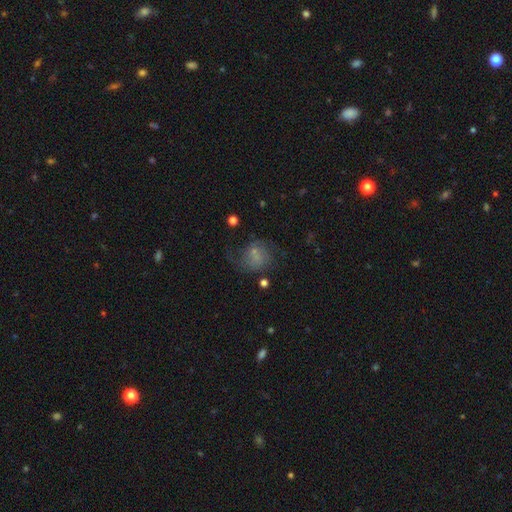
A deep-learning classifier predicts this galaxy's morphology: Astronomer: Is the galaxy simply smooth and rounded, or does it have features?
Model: smooth — 50% (runner-up: featured or disk, 37%).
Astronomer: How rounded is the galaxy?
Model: round — 73%.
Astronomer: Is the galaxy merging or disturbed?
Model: none — 47% (runner-up: major disturbance, 24%).